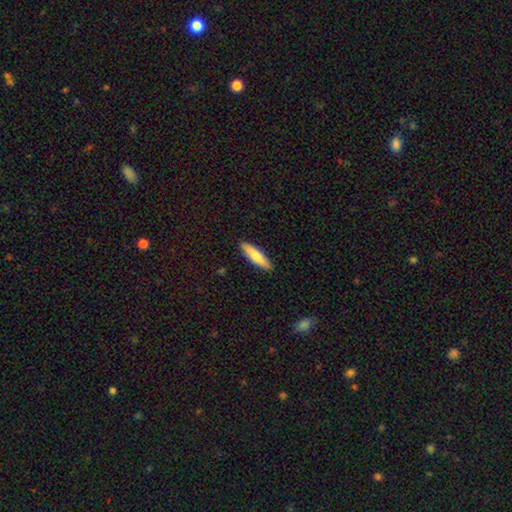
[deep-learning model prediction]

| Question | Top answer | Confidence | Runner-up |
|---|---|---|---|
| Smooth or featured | smooth | 73% | featured or disk (21%) |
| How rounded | cigar-shaped | 69% | in between (30%) |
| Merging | none | 90% | minor disturbance (8%) |